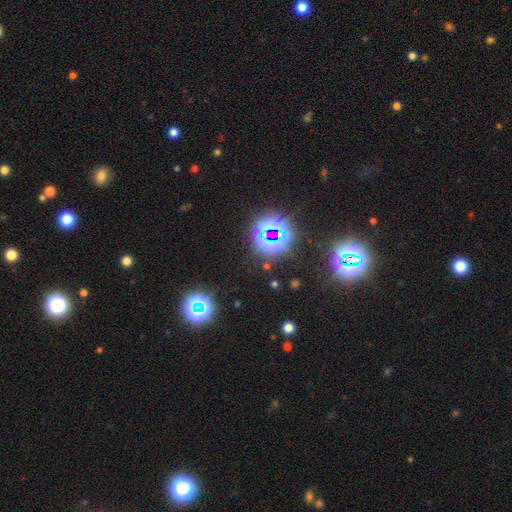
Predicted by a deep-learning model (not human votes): smooth_or_featured: star or artifact (p=0.82) [alt: smooth p=0.12]